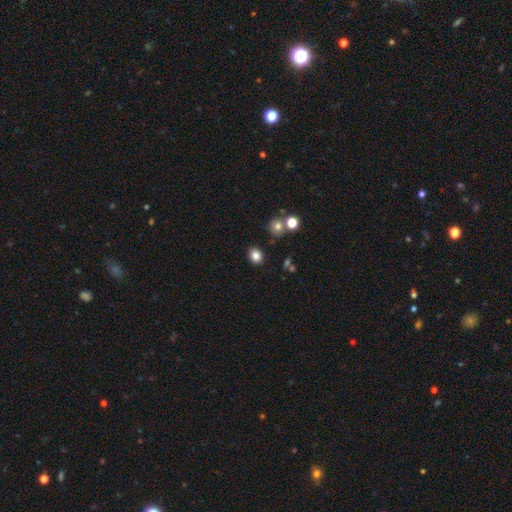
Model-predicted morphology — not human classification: Smooth or featured?
  - smooth: 83% *
  - star or artifact: 12%
  - featured or disk: 6%
How rounded?
  - round: 53% *
  - in between: 46%
  - cigar-shaped: 1%
Merging?
  - none: 85% *
  - minor disturbance: 8%
  - merger: 4%
  - major disturbance: 2%